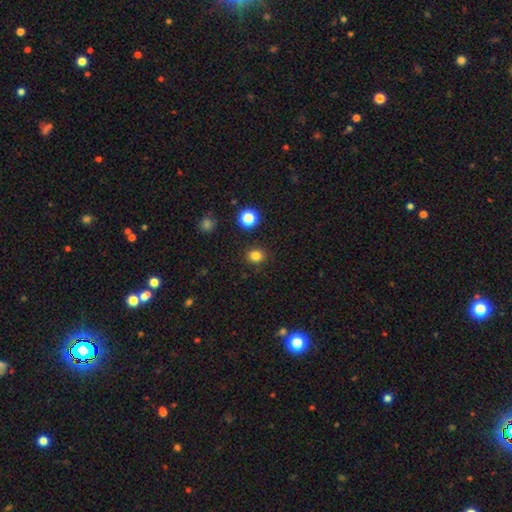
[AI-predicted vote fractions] smooth-or-featured: smooth: 82% | star or artifact: 14% | featured or disk: 5%
  how-rounded: round: 73% | in between: 26% | cigar-shaped: 1%
  merging: none: 89% | minor disturbance: 7% | major disturbance: 2% | merger: 2%